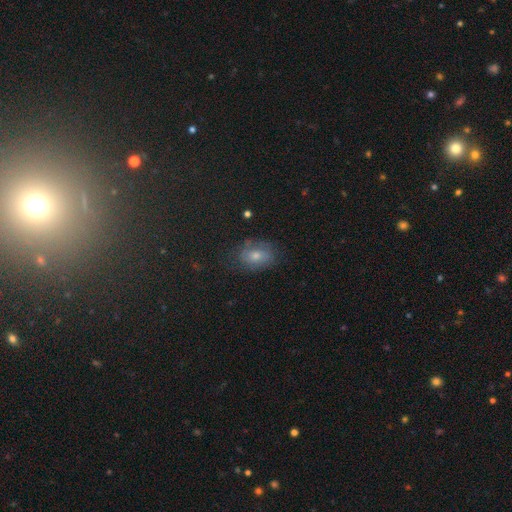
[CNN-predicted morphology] This appears to be a smooth galaxy with no disk features (51%) that is in between round and cigar-shaped (68%). Merging: none (68%).